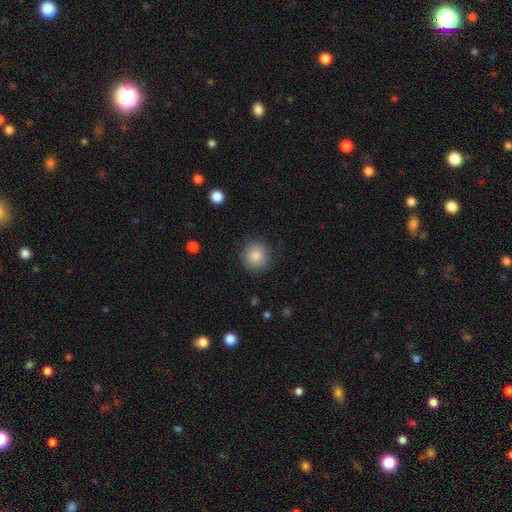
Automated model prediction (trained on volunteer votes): smooth 85%, star or artifact 9%, featured or disk 6%. Down the decision tree: how rounded — round (91%); merging — none (85%).